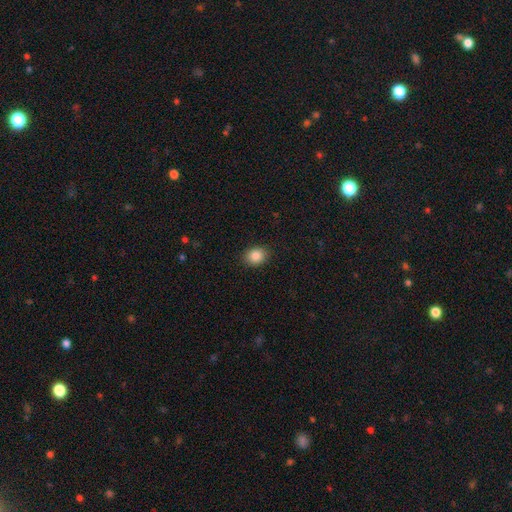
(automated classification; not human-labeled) smooth 86%, star or artifact 9%, featured or disk 5%. Down the decision tree: how rounded — round (53%); merging — none (89%).